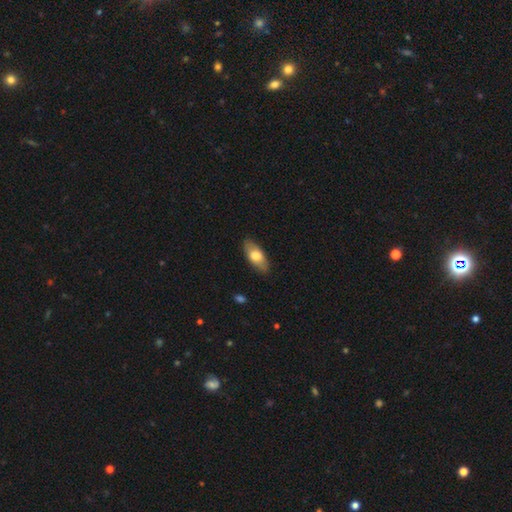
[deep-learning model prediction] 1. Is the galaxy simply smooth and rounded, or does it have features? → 71% smooth, 23% featured or disk, 6% star or artifact.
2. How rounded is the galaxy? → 84% in between, 13% cigar-shaped, 3% round.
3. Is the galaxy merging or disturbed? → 86% none, 11% minor disturbance, 2% major disturbance, 1% merger.